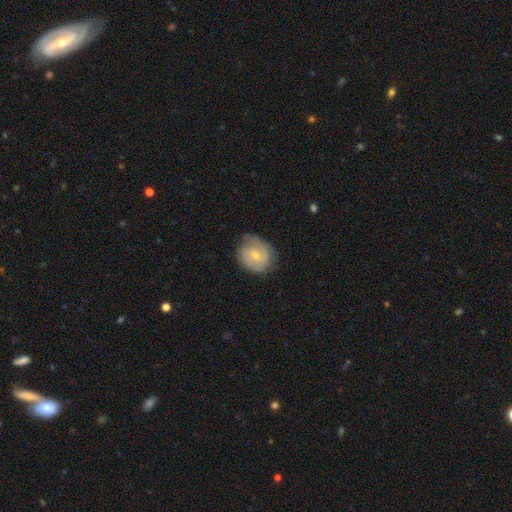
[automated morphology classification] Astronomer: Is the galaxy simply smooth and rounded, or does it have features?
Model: featured or disk — 53% (runner-up: smooth, 40%).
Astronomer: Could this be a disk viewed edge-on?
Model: no — 97%.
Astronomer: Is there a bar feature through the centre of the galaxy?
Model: weak — 49% (runner-up: no, 41%).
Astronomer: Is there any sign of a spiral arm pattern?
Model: yes — 81%.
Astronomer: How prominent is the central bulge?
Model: small — 59% (runner-up: moderate, 36%).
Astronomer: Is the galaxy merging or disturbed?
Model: none — 67%.